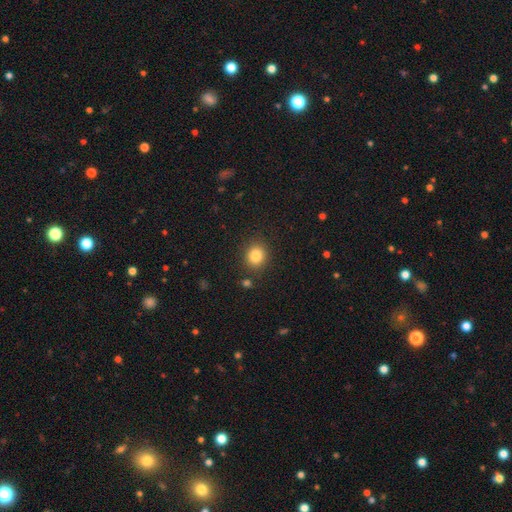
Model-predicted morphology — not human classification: A smooth galaxy with no disk features (83%) that is round (80%).

Vote fractions:
- Smooth or featured? smooth: 83% / star or artifact: 11% / featured or disk: 6%
- How rounded? round: 80% / in between: 19% / cigar-shaped: 1%
- Merging? none: 87% / minor disturbance: 8% / merger: 3% / major disturbance: 3%